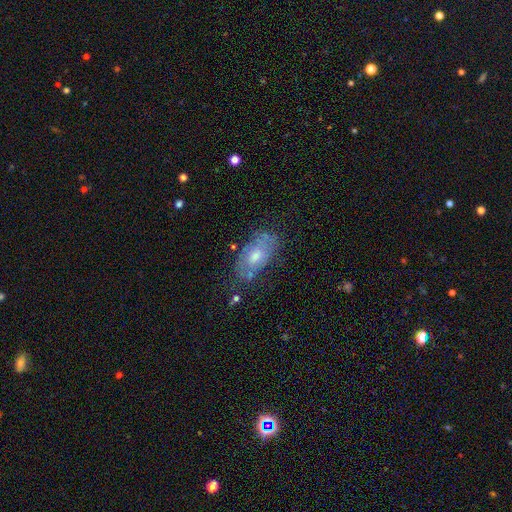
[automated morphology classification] Q: Smooth or featured?
A: featured or disk (51%); runner-up: smooth (38%)
Q: Edge-on disk?
A: no (90%); runner-up: yes (10%)
Q: Merging?
A: none (63%); runner-up: minor disturbance (24%)